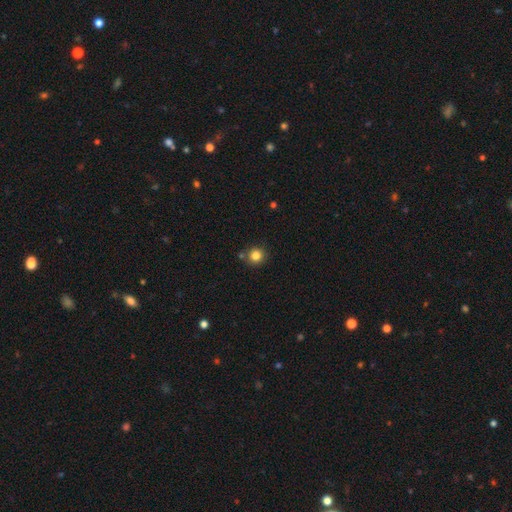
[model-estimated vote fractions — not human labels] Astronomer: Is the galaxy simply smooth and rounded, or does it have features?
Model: smooth — 83%.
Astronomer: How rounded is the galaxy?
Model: round — 92%.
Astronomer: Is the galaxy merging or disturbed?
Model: none — 81%.